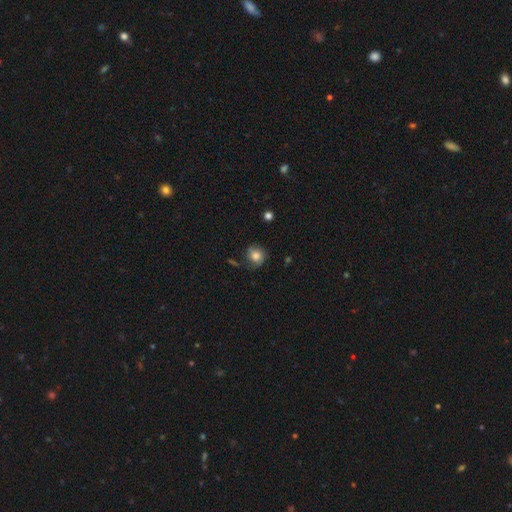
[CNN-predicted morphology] smooth_or_featured: smooth (p=0.74) [alt: featured or disk p=0.17]
how_rounded: round (p=0.80) [alt: in between p=0.19]
merging: none (p=0.63) [alt: minor disturbance p=0.25]